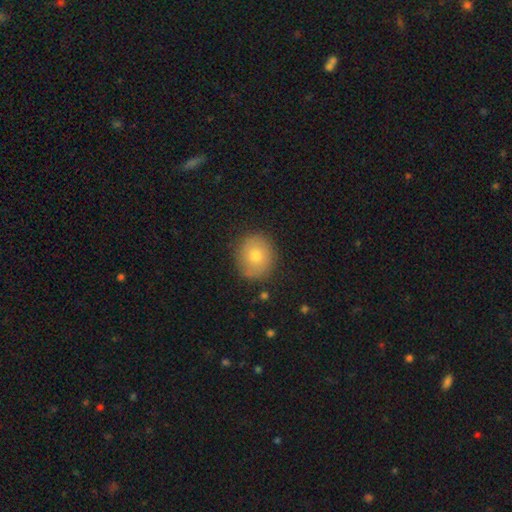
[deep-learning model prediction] Smooth or featured? Predicted: smooth (p=0.70). How rounded? Predicted: round (p=0.81). Merging? Predicted: none (p=0.84).